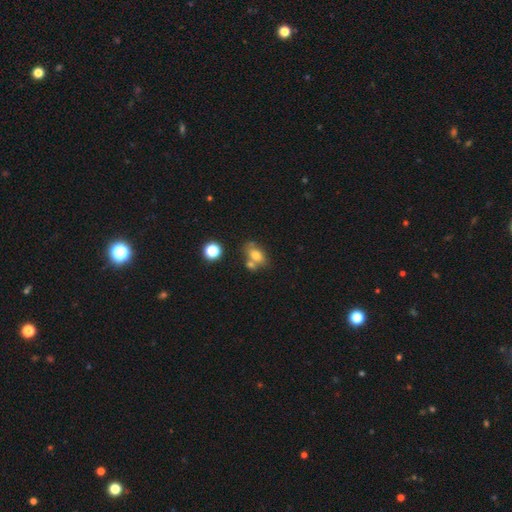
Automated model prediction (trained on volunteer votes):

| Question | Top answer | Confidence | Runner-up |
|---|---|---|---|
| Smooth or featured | smooth | 73% | featured or disk (15%) |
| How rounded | in between | 78% | round (19%) |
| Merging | none | 47% | merger (32%) |